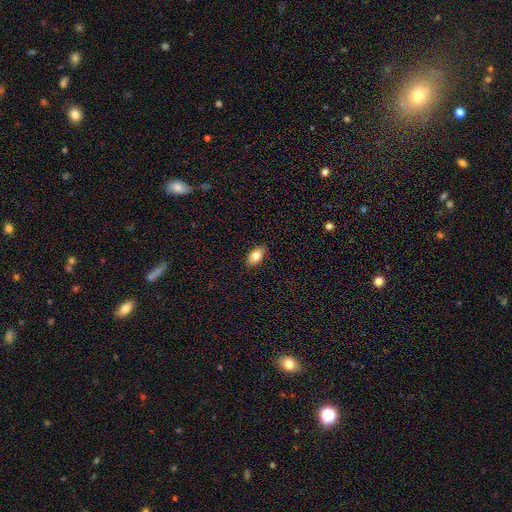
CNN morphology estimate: The model was most divided on "smooth or featured": smooth: 81%, featured or disk: 12%, star or artifact: 7%. More confident: how rounded — in between (90%); merging — none (88%).